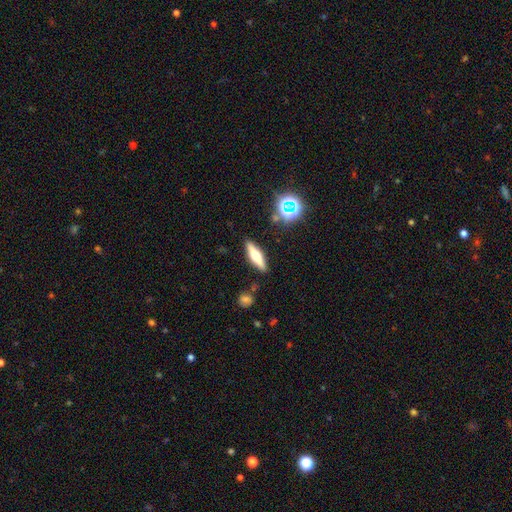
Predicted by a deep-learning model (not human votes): A featured or disk galaxy (51%) viewed edge-on (92%).

Vote fractions:
- Smooth or featured? featured or disk: 51% / smooth: 40% / star or artifact: 9%
- Edge-on disk? yes: 92% / no: 8%
- Merging? none: 87% / minor disturbance: 9% / major disturbance: 2% / merger: 2%